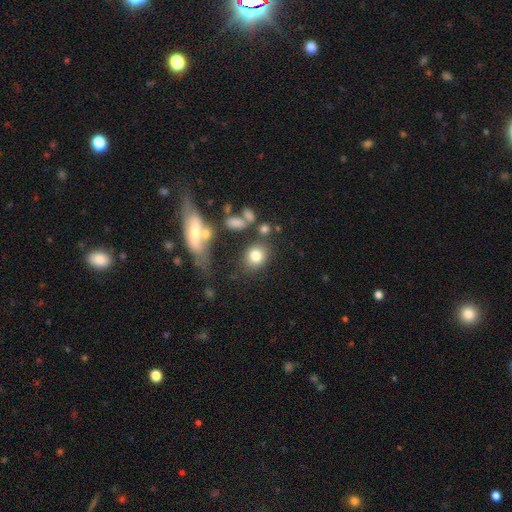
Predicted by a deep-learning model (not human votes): Q: Smooth or featured?
A: smooth (79%); runner-up: star or artifact (11%)
Q: How rounded?
A: round (63%); runner-up: in between (35%)
Q: Merging?
A: none (68%); runner-up: minor disturbance (14%)